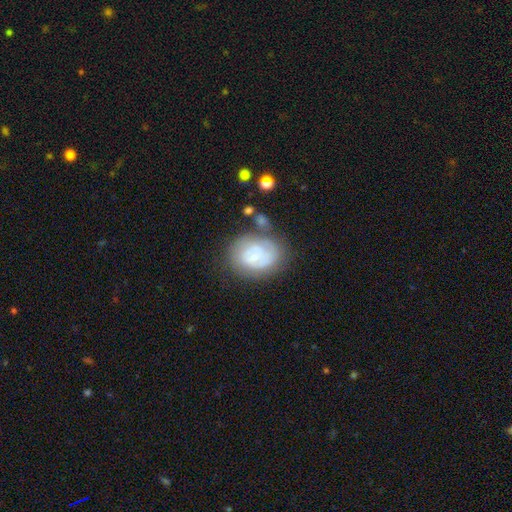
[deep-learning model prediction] A featured or disk galaxy (65%) with no bar (49%), spiral arms (67%) and a small central bulge (67%).

Vote fractions:
- Smooth or featured? featured or disk: 65% / smooth: 28% / star or artifact: 7%
- Edge-on disk? no: 97% / yes: 3%
- Bar? no: 49% / weak: 40% / strong: 10%
- Spiral arms? yes: 67% / no: 33%
- Bulge size? small: 67% / moderate: 25% / none: 4% / large: 2% / dominant: 1%
- Merging? none: 61% / minor disturbance: 21% / major disturbance: 11% / merger: 6%